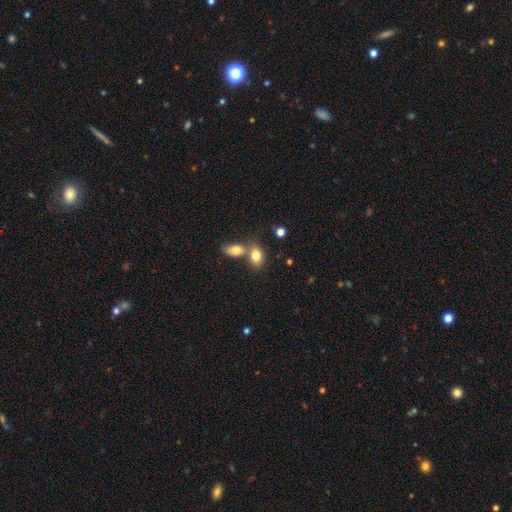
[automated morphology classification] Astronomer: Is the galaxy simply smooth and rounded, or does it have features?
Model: smooth — 81%.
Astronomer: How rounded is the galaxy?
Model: in between — 79%.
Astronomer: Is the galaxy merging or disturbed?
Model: merger — 45% (runner-up: none, 42%).